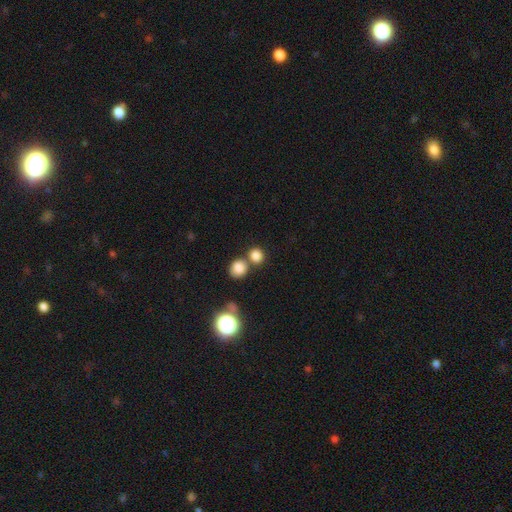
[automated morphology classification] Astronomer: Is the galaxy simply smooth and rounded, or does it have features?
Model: smooth — 81%.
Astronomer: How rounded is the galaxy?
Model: round — 82%.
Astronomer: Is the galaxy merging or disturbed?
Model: none — 59%.